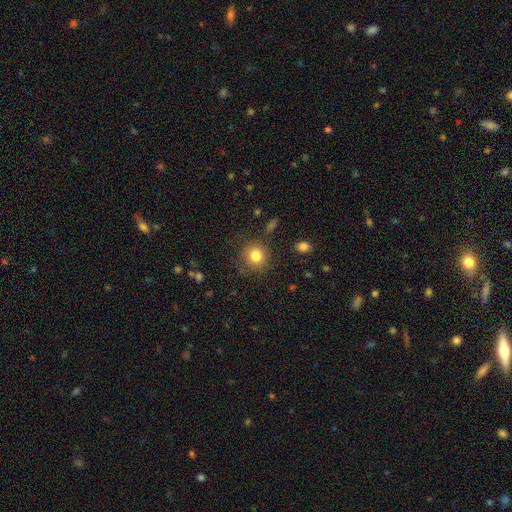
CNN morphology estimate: A smooth galaxy with no disk features (82%) that is round (90%).

Vote fractions:
- Smooth or featured? smooth: 82% / star or artifact: 11% / featured or disk: 7%
- How rounded? round: 90% / in between: 9% / cigar-shaped: 1%
- Merging? none: 82% / minor disturbance: 11% / major disturbance: 5% / merger: 3%